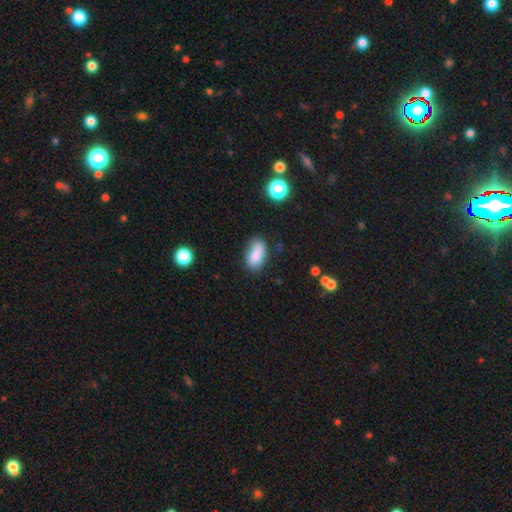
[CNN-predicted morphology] smooth-or-featured: smooth: 83% | featured or disk: 9% | star or artifact: 8%
  how-rounded: in between: 89% | round: 6% | cigar-shaped: 5%
  merging: none: 69% | minor disturbance: 22% | major disturbance: 5% | merger: 4%